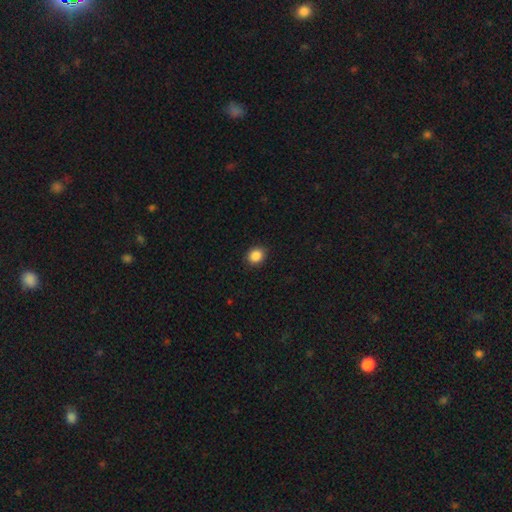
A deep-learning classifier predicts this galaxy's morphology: Smooth or featured?
  - smooth: 88% *
  - star or artifact: 9%
  - featured or disk: 3%
How rounded?
  - round: 67% *
  - in between: 33%
  - cigar-shaped: 1%
Merging?
  - none: 89% *
  - minor disturbance: 8%
  - major disturbance: 2%
  - merger: 1%